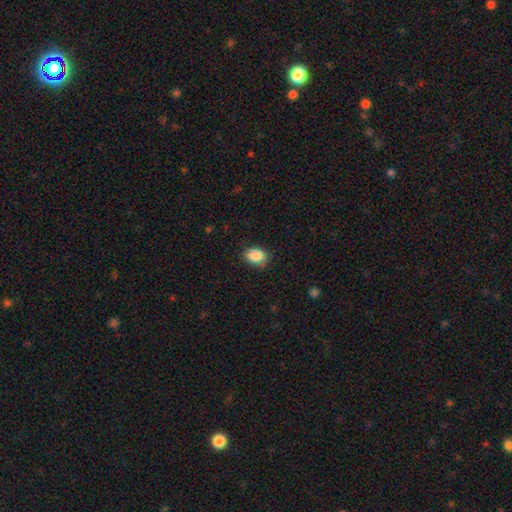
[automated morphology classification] The model was most divided on "how rounded": in between: 77%, round: 22%, cigar-shaped: 1%. More confident: smooth or featured — smooth (88%); merging — none (81%).